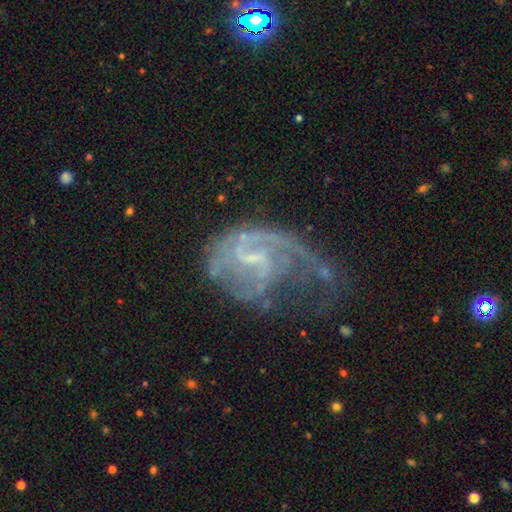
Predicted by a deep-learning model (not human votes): This appears to be a featured or disk galaxy (83%) with a weak bar (52%), 2 (36%) medium (43%) spiral arms (88%) and a small central bulge (54%). Merging: major disturbance (45%).